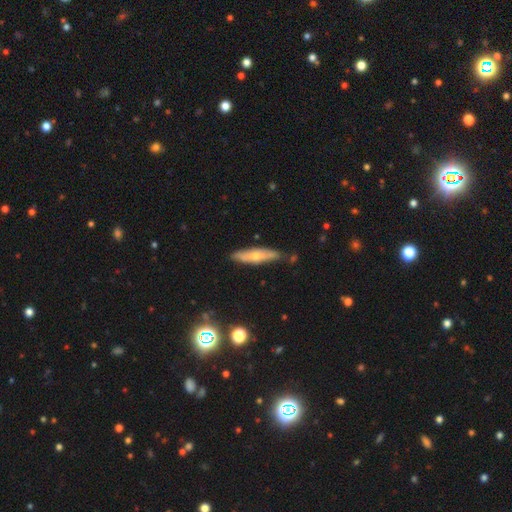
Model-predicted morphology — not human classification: A smooth galaxy with no disk features (50%). Merging: none (79%).